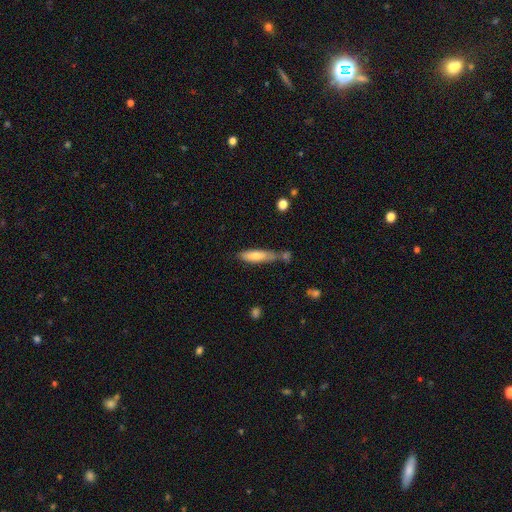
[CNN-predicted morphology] Overall: smooth (70%). How rounded: cigar-shaped (75%). Merging: none (61%).